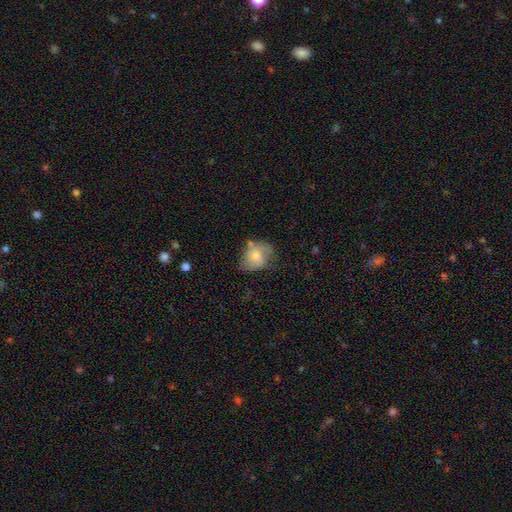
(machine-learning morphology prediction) This is likely a smooth galaxy (68%). How rounded: possibly in between (55%). Merging: possibly none (47%).